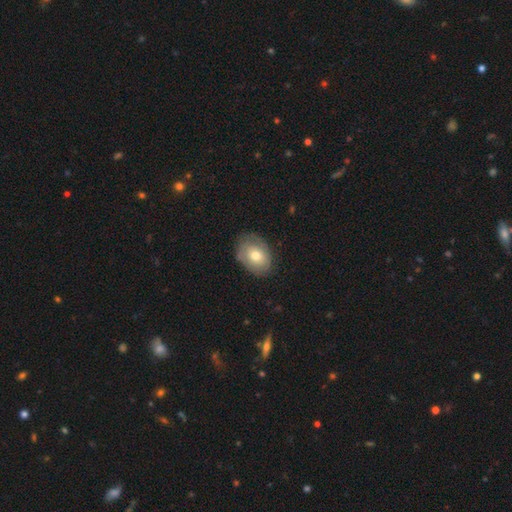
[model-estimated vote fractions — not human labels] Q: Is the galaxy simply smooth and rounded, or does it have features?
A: smooth — 64%.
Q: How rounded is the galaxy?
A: in between — 67%.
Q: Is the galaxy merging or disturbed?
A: none — 72%.